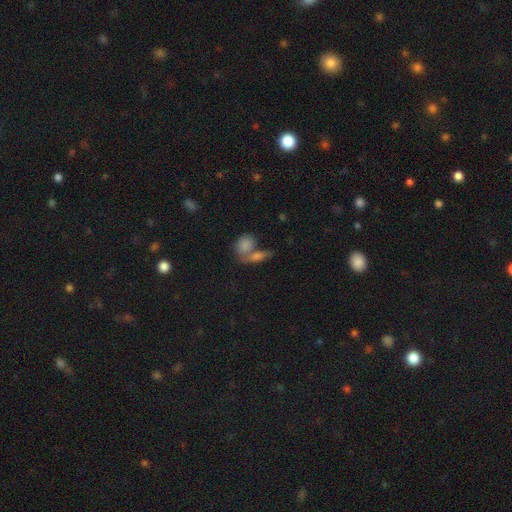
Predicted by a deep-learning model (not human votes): Q: Smooth or featured?
A: smooth (65%); runner-up: featured or disk (20%)
Q: How rounded?
A: in between (55%); runner-up: round (28%)
Q: Merging?
A: none (45%); runner-up: merger (40%)